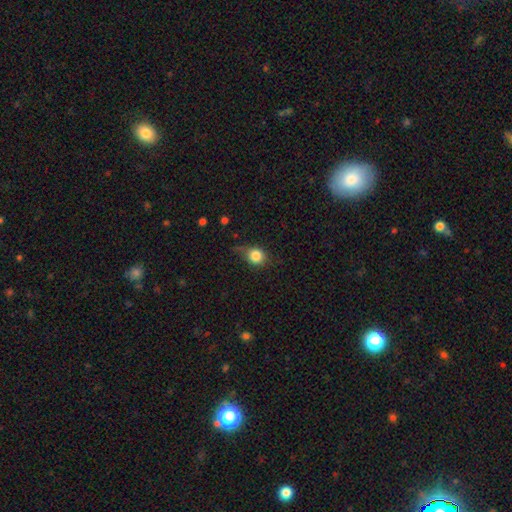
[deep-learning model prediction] Smooth or featured? Predicted: smooth (p=0.81). How rounded? Predicted: round (p=0.77). Merging? Predicted: none (p=0.57).